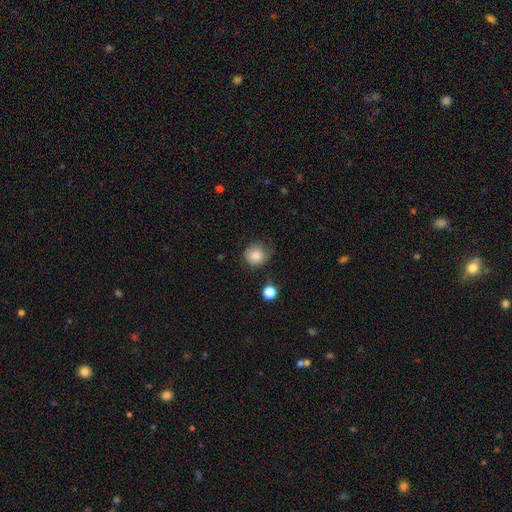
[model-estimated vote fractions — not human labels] Q: Smooth or featured?
A: smooth (83%); runner-up: star or artifact (10%)
Q: How rounded?
A: round (87%); runner-up: in between (12%)
Q: Merging?
A: none (64%); runner-up: minor disturbance (26%)